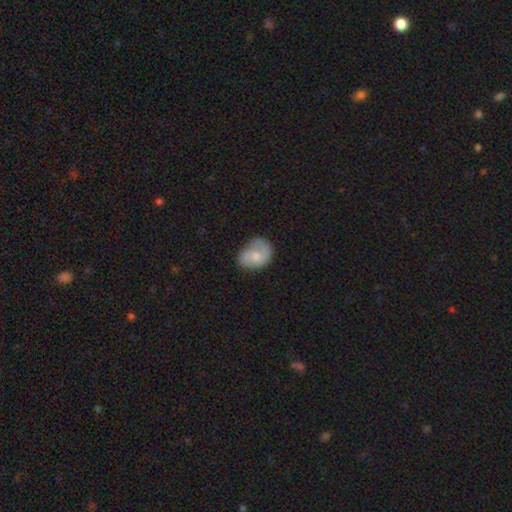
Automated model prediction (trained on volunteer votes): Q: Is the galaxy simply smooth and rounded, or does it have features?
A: smooth — 55%.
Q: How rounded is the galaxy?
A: in between — 64%.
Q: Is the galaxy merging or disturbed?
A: none — 53%.